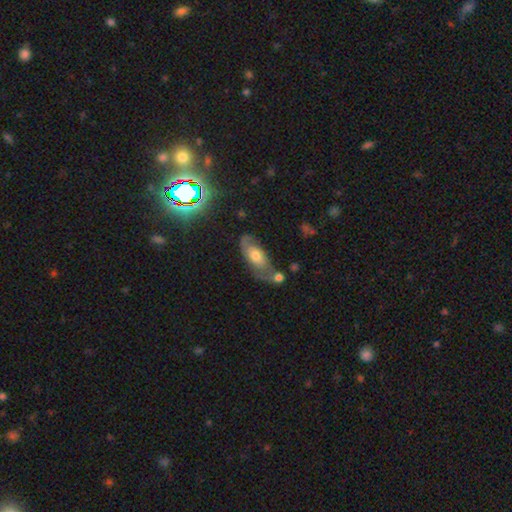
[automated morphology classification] Smooth or featured? Predicted: featured or disk (p=0.54). Edge-on disk? Predicted: no (p=0.84). Merging? Predicted: none (p=0.50).